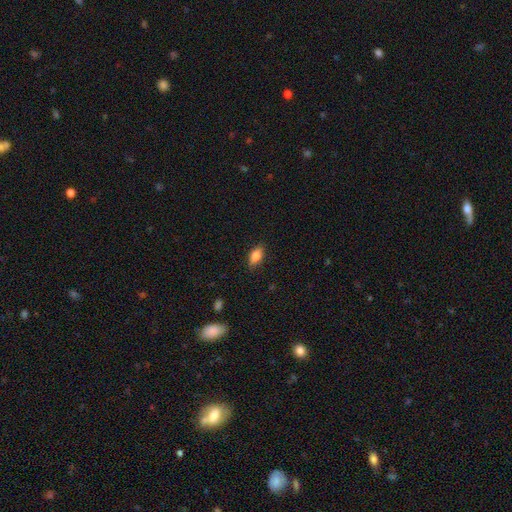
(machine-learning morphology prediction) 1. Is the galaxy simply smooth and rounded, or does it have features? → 81% smooth, 11% featured or disk, 8% star or artifact.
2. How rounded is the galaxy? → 86% in between, 8% cigar-shaped, 6% round.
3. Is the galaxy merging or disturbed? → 84% none, 13% minor disturbance, 3% major disturbance, 1% merger.